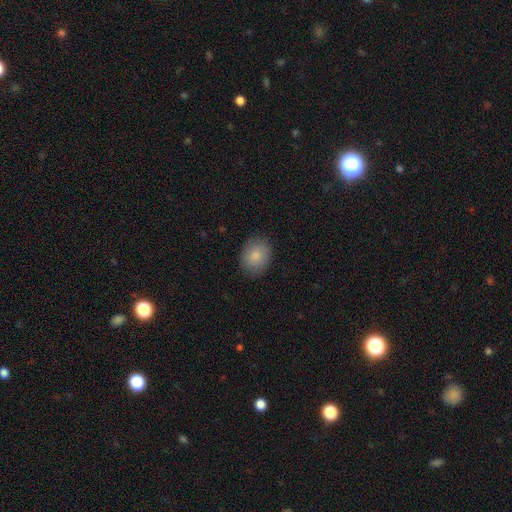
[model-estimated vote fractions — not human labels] A smooth galaxy with no disk features (85%) that is in between round and cigar-shaped (56%).

Vote fractions:
- Smooth or featured? smooth: 85% / featured or disk: 8% / star or artifact: 7%
- How rounded? in between: 56% / round: 43% / cigar-shaped: 1%
- Merging? none: 84% / minor disturbance: 12% / major disturbance: 3% / merger: 1%